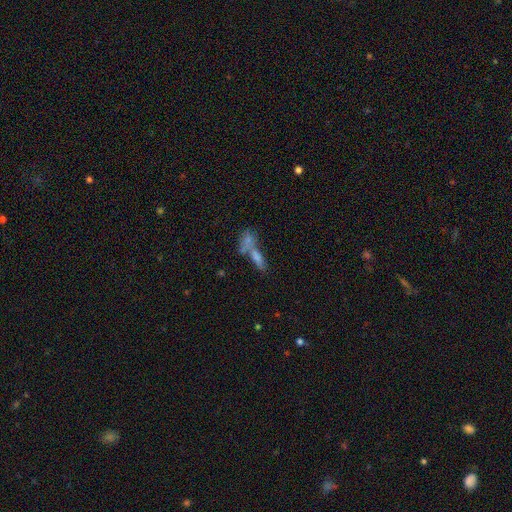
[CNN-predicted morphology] This is likely a smooth galaxy (62%). How rounded: possibly in between (52%). Merging: possibly merger (54%).